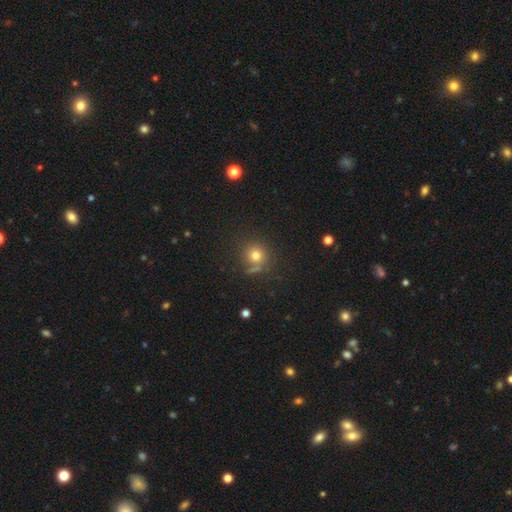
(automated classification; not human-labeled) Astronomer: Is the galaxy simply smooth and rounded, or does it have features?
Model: smooth — 76%.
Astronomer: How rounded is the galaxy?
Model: round — 88%.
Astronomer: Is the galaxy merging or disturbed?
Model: none — 72%.